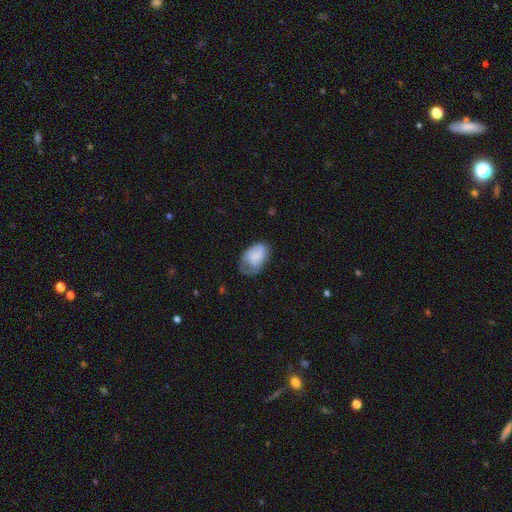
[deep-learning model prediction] A smooth galaxy with no disk features (64%) that is in between round and cigar-shaped (89%).

Vote fractions:
- Smooth or featured? smooth: 64% / featured or disk: 29% / star or artifact: 7%
- How rounded? in between: 89% / round: 10% / cigar-shaped: 1%
- Merging? none: 41% / minor disturbance: 35% / major disturbance: 21% / merger: 2%